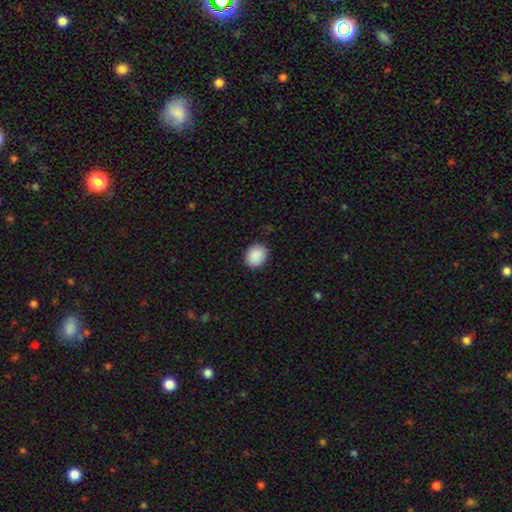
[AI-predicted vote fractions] This is clearly a smooth galaxy (90%). How rounded: likely round (63%). Merging: clearly none (88%).